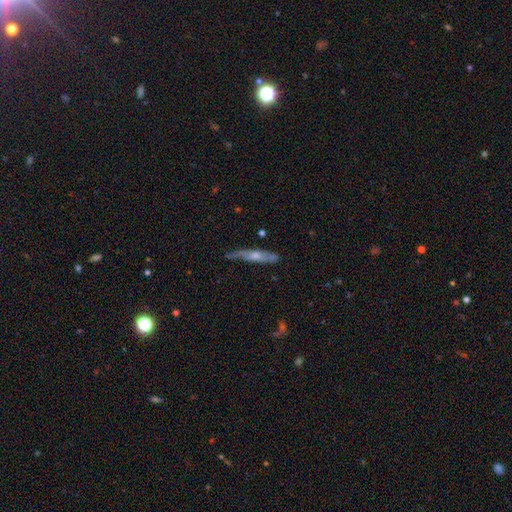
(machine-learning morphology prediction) type=featured or disk (54%); edge-on=yes (77%); merging=none (64%).